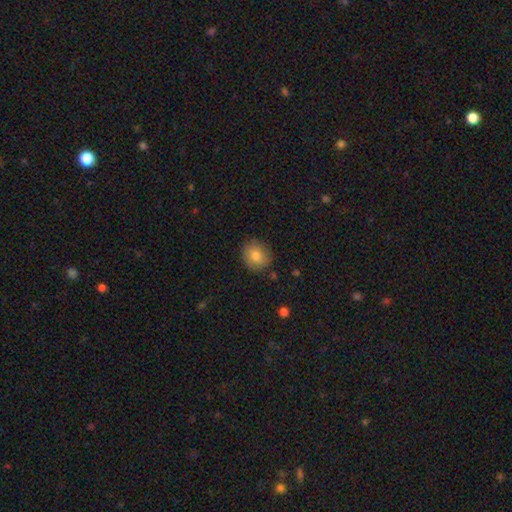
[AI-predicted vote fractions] Smooth or featured: smooth — 81% (featured or disk — 10%)
How rounded: round — 74% (in between — 25%)
Merging: none — 84% (minor disturbance — 12%)